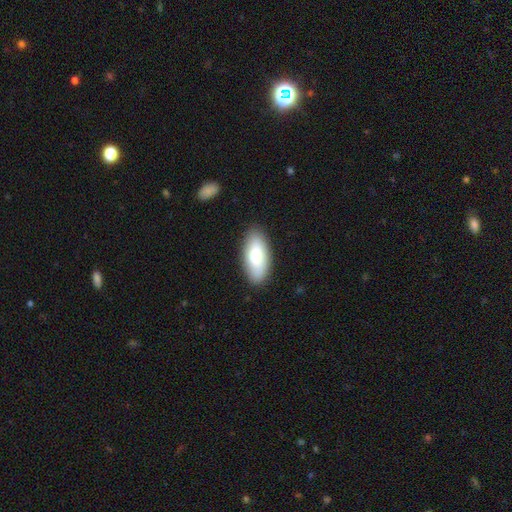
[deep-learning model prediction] smooth-or-featured: smooth: 78% | featured or disk: 16% | star or artifact: 6%
  how-rounded: in between: 88% | cigar-shaped: 10% | round: 2%
  merging: none: 87% | minor disturbance: 9% | major disturbance: 2% | merger: 1%